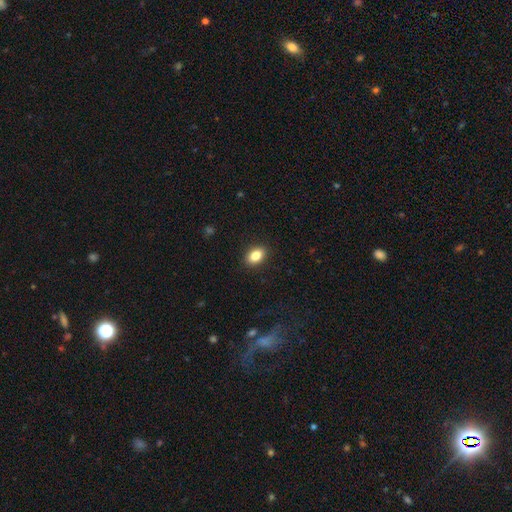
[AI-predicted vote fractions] Smooth or featured?
  - smooth: 85% *
  - star or artifact: 8%
  - featured or disk: 7%
How rounded?
  - in between: 84% *
  - round: 14%
  - cigar-shaped: 1%
Merging?
  - none: 90% *
  - minor disturbance: 7%
  - major disturbance: 2%
  - merger: 1%